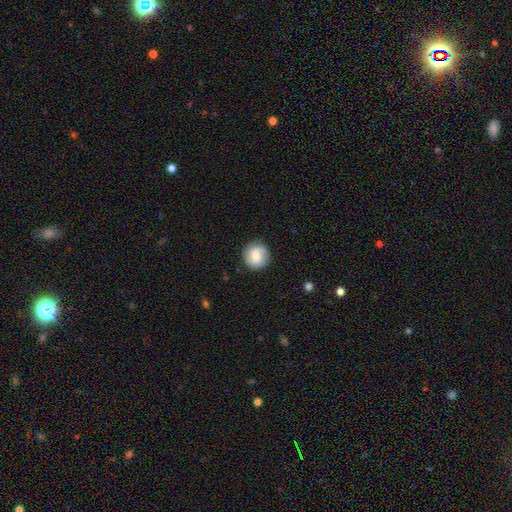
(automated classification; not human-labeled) smooth-or-featured: smooth: 50% | featured or disk: 42% | star or artifact: 7%
  how-rounded: round: 92% | in between: 7% | cigar-shaped: 1%
  merging: none: 85% | minor disturbance: 10% | major disturbance: 3% | merger: 1%